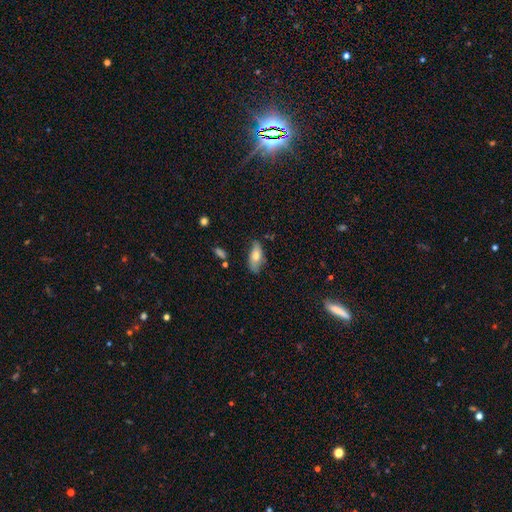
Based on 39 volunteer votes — Q: Smooth or featured?
A: smooth (64%); runner-up: featured or disk (36%)
Q: How rounded?
A: in between (84%); runner-up: cigar-shaped (12%)
Q: Merging?
A: none (69%); runner-up: minor disturbance (23%)